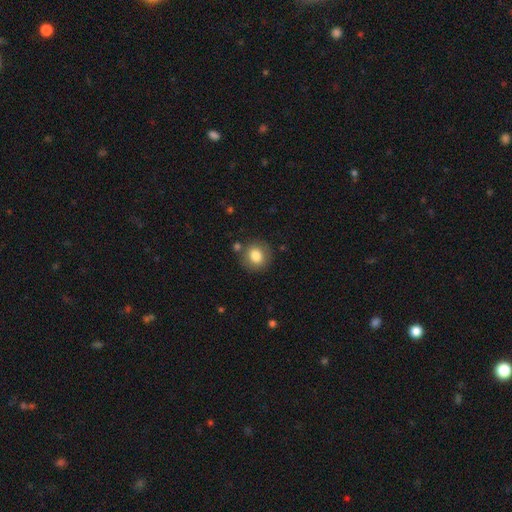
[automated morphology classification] smooth-or-featured: smooth: 82% | featured or disk: 9% | star or artifact: 9%
  how-rounded: round: 85% | in between: 14% | cigar-shaped: 1%
  merging: none: 83% | minor disturbance: 10% | merger: 4% | major disturbance: 3%